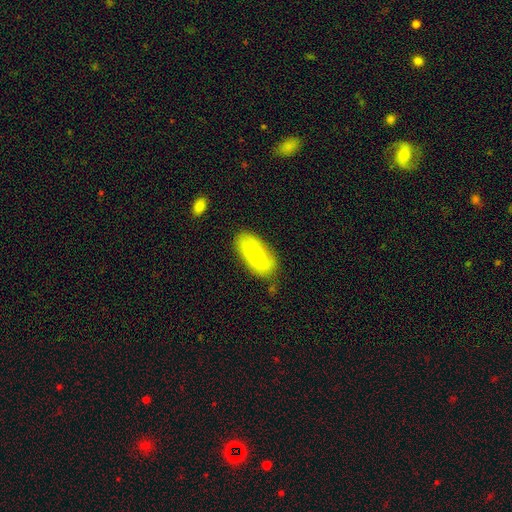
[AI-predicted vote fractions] Smooth or featured? Predicted: smooth (p=0.66). How rounded? Predicted: in between (p=0.89). Merging? Predicted: none (p=0.68).